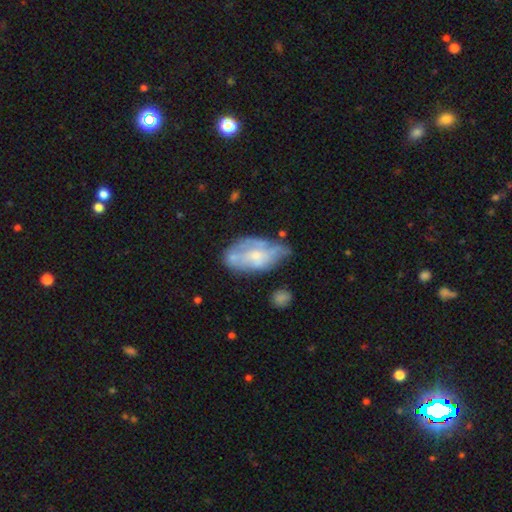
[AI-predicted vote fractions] featured or disk 57%, smooth 36%, star or artifact 7%. Down the decision tree: edge-on disk — no (93%); bar — no (78%); spiral arms — no (56%); bulge size — small (56%); merging — none (42%).